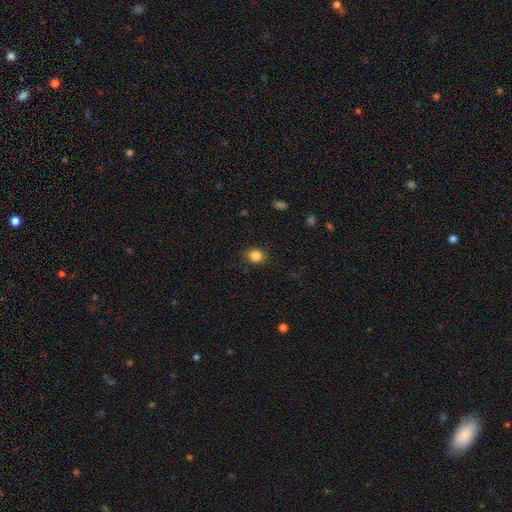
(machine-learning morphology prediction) Smooth or featured? Predicted: smooth (p=0.85). How rounded? Predicted: round (p=0.70). Merging? Predicted: none (p=0.87).